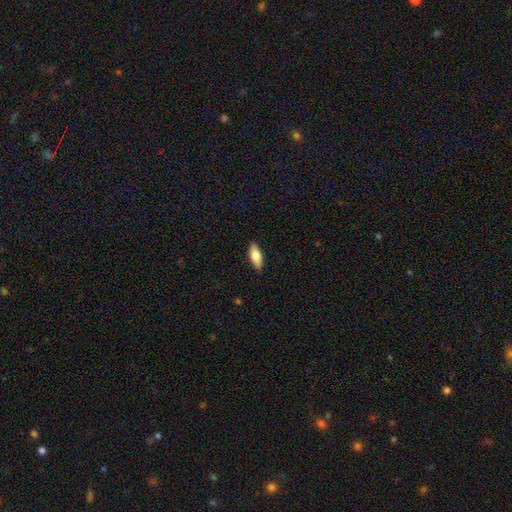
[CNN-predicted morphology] This is likely a smooth galaxy (75%). How rounded: likely in between (76%). Merging: clearly none (89%).